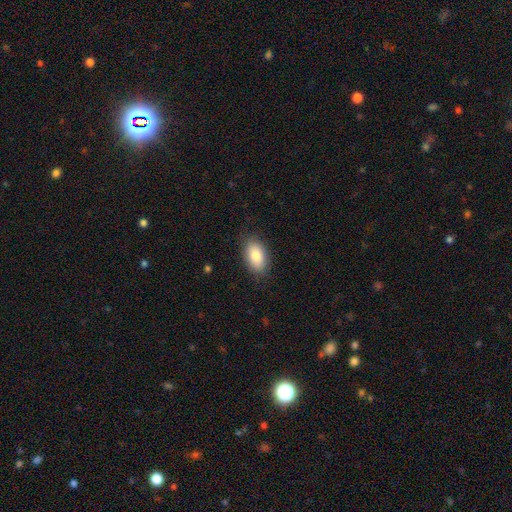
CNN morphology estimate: A smooth galaxy with no disk features (82%) that is in between round and cigar-shaped (92%). Merging: none (85%).